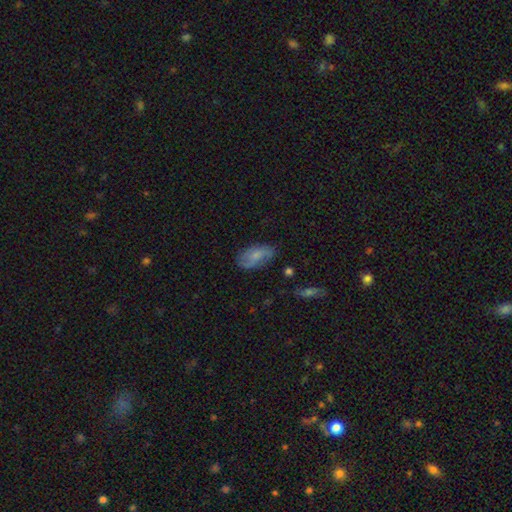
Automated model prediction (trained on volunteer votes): Smooth or featured: smooth — 63% (featured or disk — 30%)
How rounded: in between — 92% (round — 4%)
Merging: none — 67% (minor disturbance — 24%)